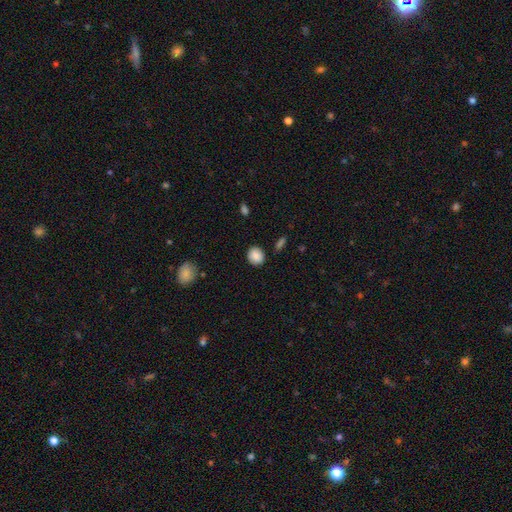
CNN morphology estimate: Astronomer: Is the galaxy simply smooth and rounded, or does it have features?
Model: smooth — 88%.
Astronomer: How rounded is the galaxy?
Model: round — 77%.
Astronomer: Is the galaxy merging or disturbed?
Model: none — 87%.